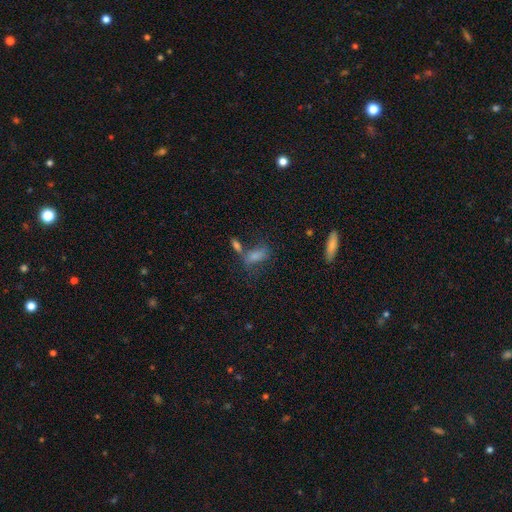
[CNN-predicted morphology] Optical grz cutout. It shows a smooth galaxy with no disk features (76%) that is in between round and cigar-shaped (83%). Merging: none (39%).